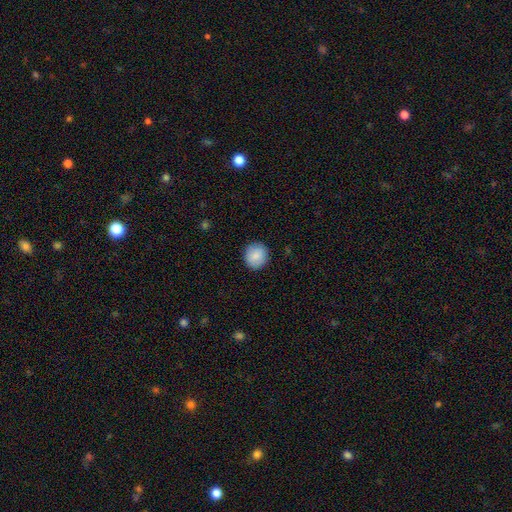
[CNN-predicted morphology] Q: Smooth or featured?
A: smooth (88%); runner-up: star or artifact (7%)
Q: How rounded?
A: round (88%); runner-up: in between (11%)
Q: Merging?
A: none (91%); runner-up: minor disturbance (7%)